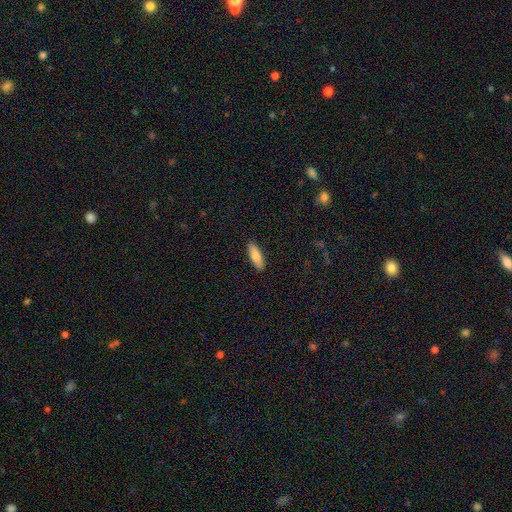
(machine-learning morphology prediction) Q: Smooth or featured?
A: smooth (79%); runner-up: featured or disk (15%)
Q: How rounded?
A: cigar-shaped (54%); runner-up: in between (44%)
Q: Merging?
A: none (90%); runner-up: minor disturbance (7%)